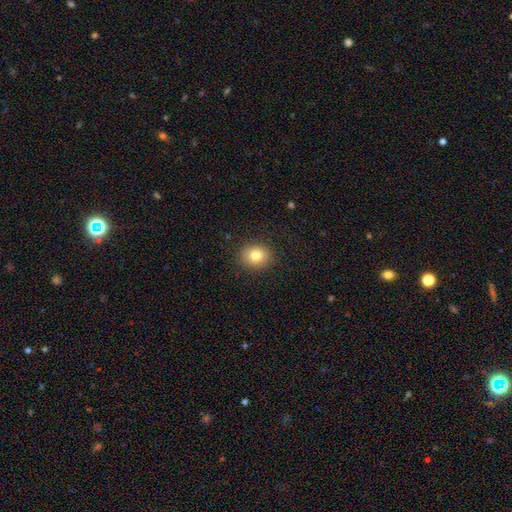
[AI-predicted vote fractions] The model was most divided on "how rounded": round: 73%, in between: 26%, cigar-shaped: 1%. More confident: merging — none (89%); smooth or featured — smooth (80%).